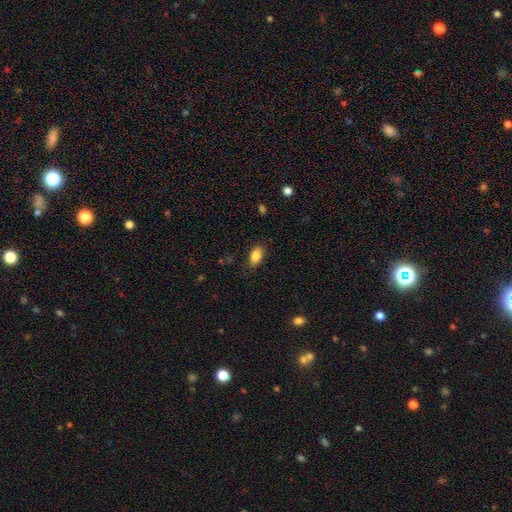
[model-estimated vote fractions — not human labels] This is clearly a smooth galaxy (86%). How rounded: clearly in between (89%). Merging: clearly none (82%).